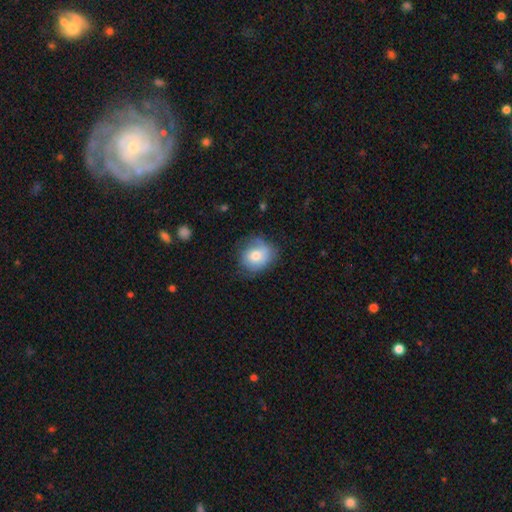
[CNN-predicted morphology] Smooth or featured? Predicted: smooth (p=0.74). How rounded? Predicted: round (p=0.68). Merging? Predicted: none (p=0.65).